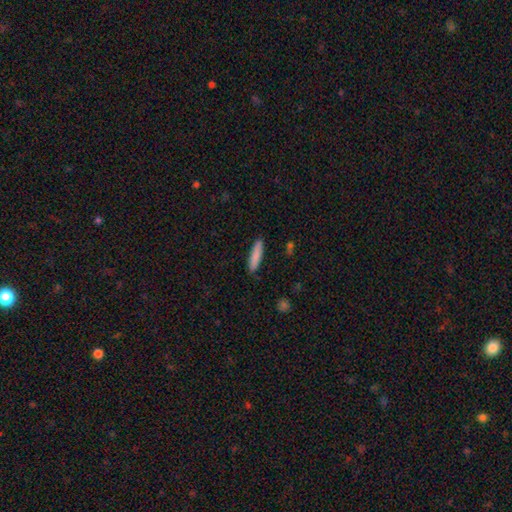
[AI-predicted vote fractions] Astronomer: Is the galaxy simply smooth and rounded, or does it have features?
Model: smooth — 85%.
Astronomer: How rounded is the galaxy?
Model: cigar-shaped — 83%.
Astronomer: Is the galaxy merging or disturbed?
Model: none — 89%.